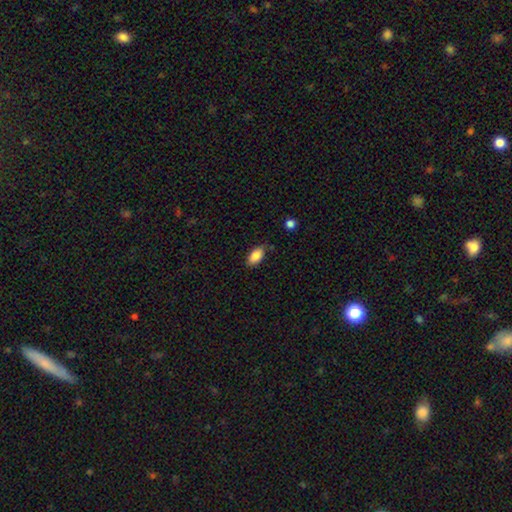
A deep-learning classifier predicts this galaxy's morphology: This is clearly a smooth galaxy (87%). How rounded: clearly in between (92%). Merging: likely none (76%).